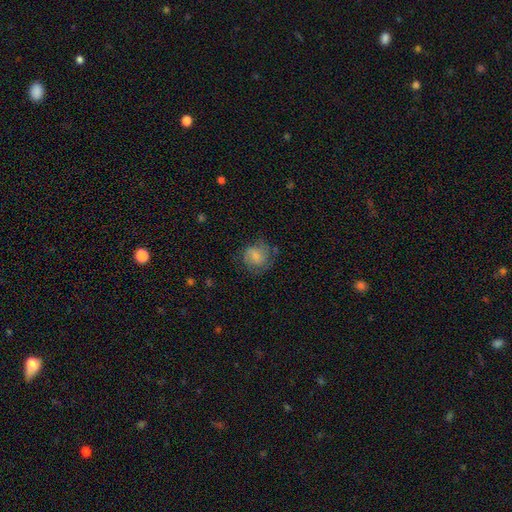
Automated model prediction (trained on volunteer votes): smooth_or_featured: smooth (p=0.71) [alt: featured or disk p=0.20]
how_rounded: round (p=0.76) [alt: in between p=0.23]
merging: none (p=0.60) [alt: minor disturbance p=0.25]